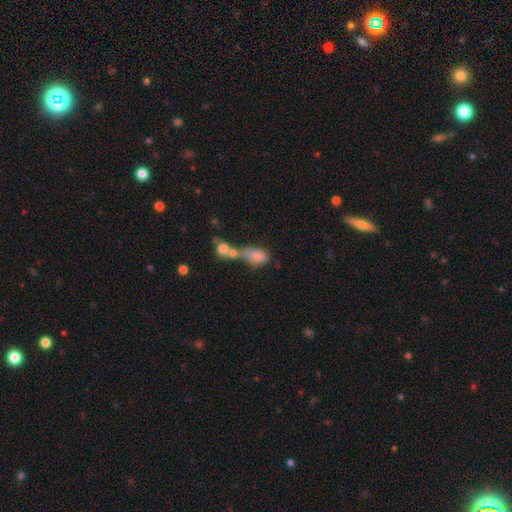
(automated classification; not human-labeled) Q: Smooth or featured?
A: smooth (72%); runner-up: featured or disk (17%)
Q: How rounded?
A: in between (73%); runner-up: round (15%)
Q: Merging?
A: merger (62%); runner-up: none (16%)